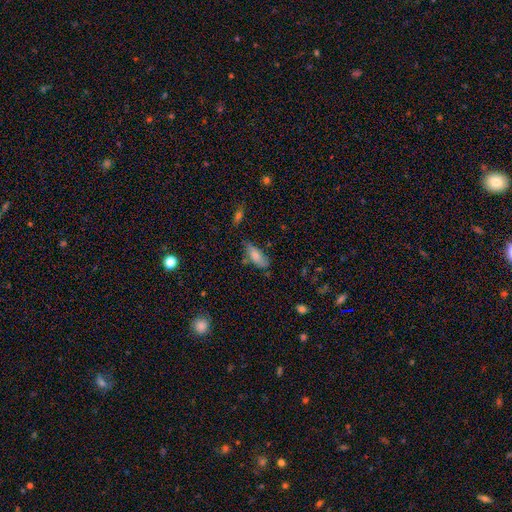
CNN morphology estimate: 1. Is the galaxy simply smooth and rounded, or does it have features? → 78% smooth, 14% featured or disk, 8% star or artifact.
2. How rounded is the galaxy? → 73% in between, 25% cigar-shaped, 2% round.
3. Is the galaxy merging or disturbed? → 57% none, 28% minor disturbance, 8% major disturbance, 7% merger.